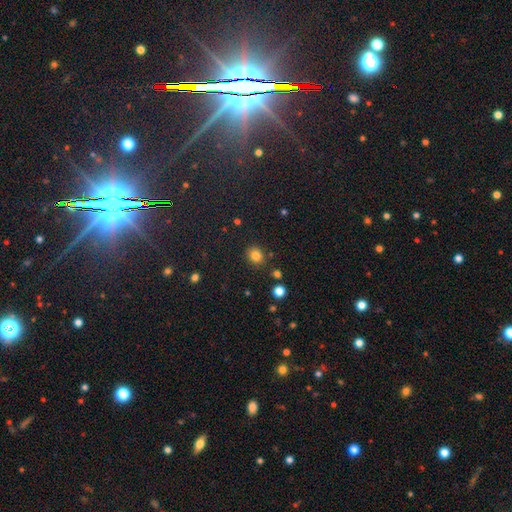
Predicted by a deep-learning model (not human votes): Smooth or featured? Predicted: smooth (p=0.82). How rounded? Predicted: round (p=0.68). Merging? Predicted: none (p=0.85).